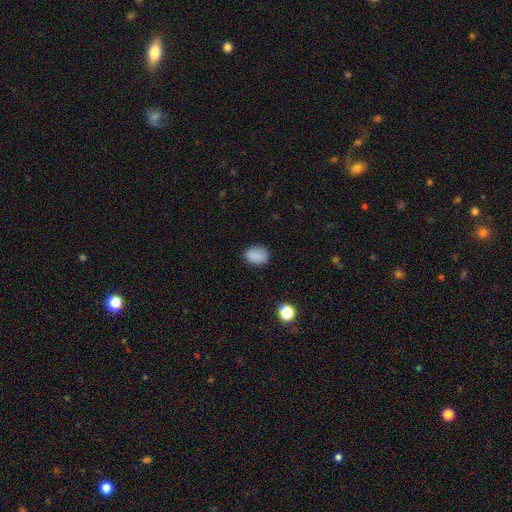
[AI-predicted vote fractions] Smooth or featured: smooth — 86% (star or artifact — 10%)
How rounded: in between — 71% (round — 27%)
Merging: none — 81% (minor disturbance — 14%)